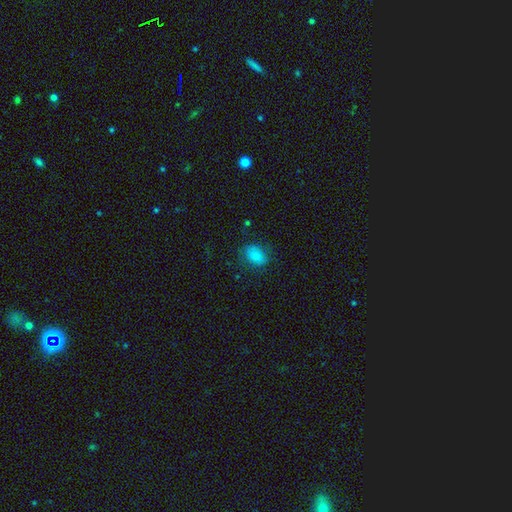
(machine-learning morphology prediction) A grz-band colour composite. It shows a smooth galaxy with no disk features (83%) that is in between round and cigar-shaped (79%). Merging: none (74%).